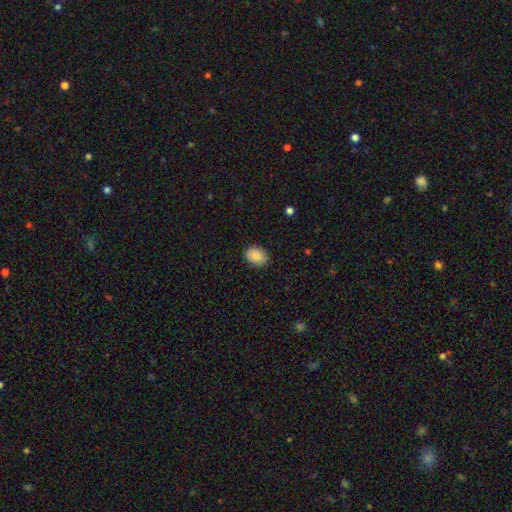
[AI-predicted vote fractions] Smooth or featured: smooth — 88% (star or artifact — 7%)
How rounded: in between — 66% (round — 34%)
Merging: none — 87% (minor disturbance — 10%)